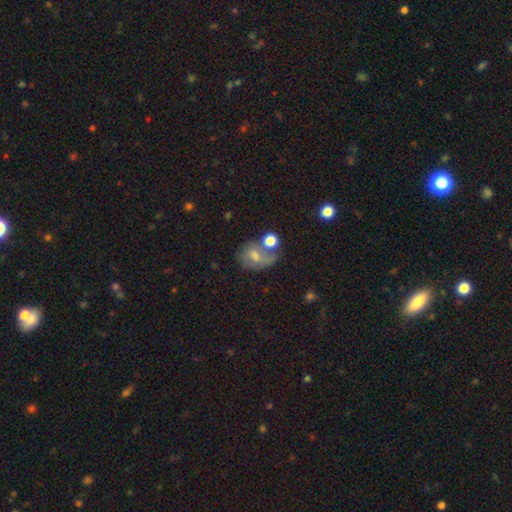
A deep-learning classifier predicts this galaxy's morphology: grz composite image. It shows a smooth galaxy with no disk features (50%). Merging: none (35%).